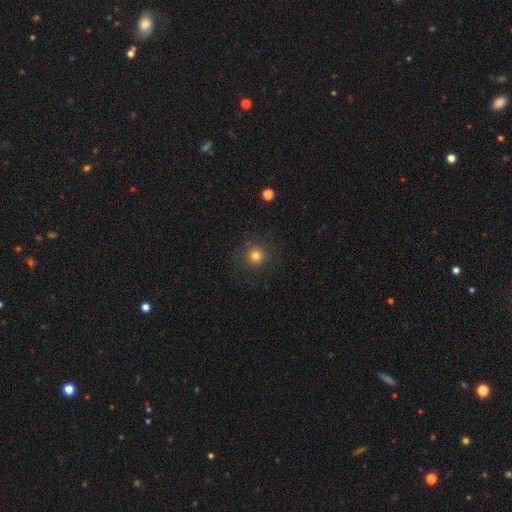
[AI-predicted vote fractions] A smooth galaxy with no disk features (78%) that is round (95%).

Vote fractions:
- Smooth or featured? smooth: 78% / star or artifact: 15% / featured or disk: 8%
- How rounded? round: 95% / in between: 4% / cigar-shaped: 1%
- Merging? none: 88% / minor disturbance: 7% / major disturbance: 4% / merger: 1%